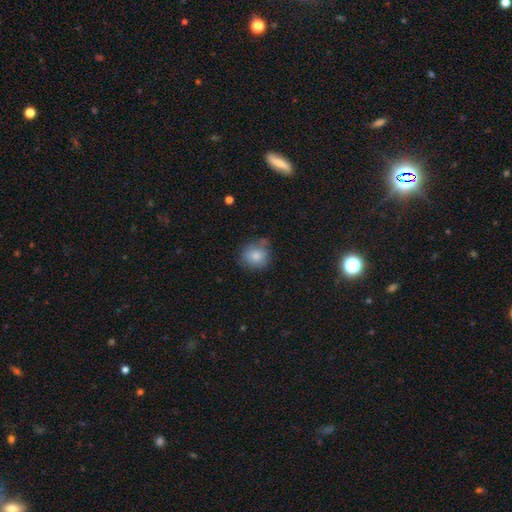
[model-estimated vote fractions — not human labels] Morphology: type=smooth (82%); roundness=round (79%); merging=none (66%).